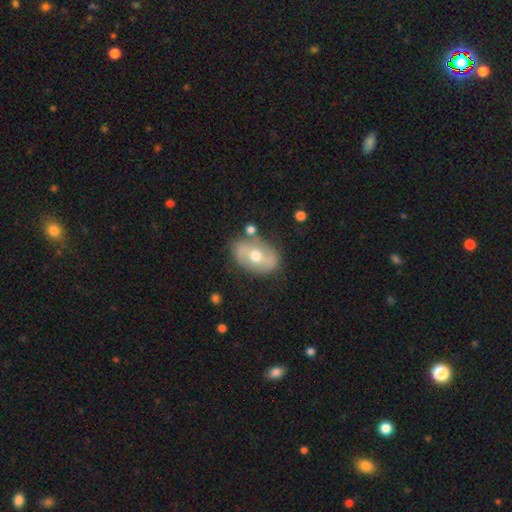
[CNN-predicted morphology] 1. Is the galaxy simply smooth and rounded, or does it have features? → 54% featured or disk, 39% smooth, 7% star or artifact.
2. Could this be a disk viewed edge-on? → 91% no, 9% yes.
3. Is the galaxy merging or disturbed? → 75% none, 15% minor disturbance, 5% major disturbance, 4% merger.